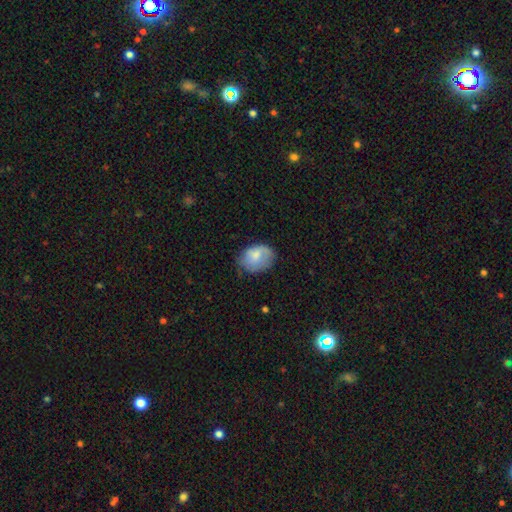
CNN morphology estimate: A smooth galaxy with no disk features (72%) that is in between round and cigar-shaped (72%). Merging: none (57%).